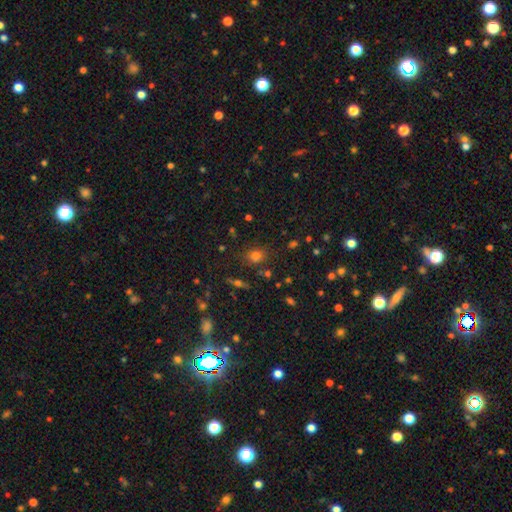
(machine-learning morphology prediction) Smooth or featured? Predicted: smooth (p=0.71). How rounded? Predicted: round (p=0.64). Merging? Predicted: none (p=0.78).